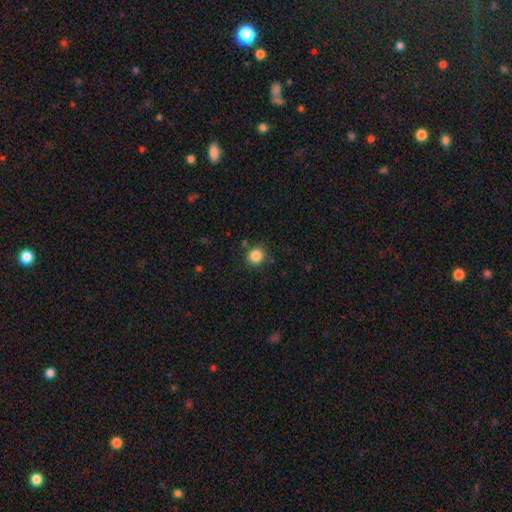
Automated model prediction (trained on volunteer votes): Q: Smooth or featured?
A: smooth (85%); runner-up: star or artifact (11%)
Q: How rounded?
A: round (89%); runner-up: in between (10%)
Q: Merging?
A: none (85%); runner-up: minor disturbance (9%)